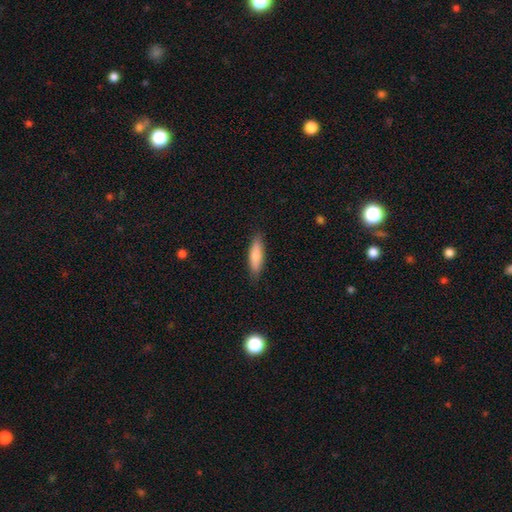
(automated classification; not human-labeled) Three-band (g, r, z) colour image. It shows a smooth galaxy with no disk features (80%) that is cigar-shaped (60%). Merging: none (86%).